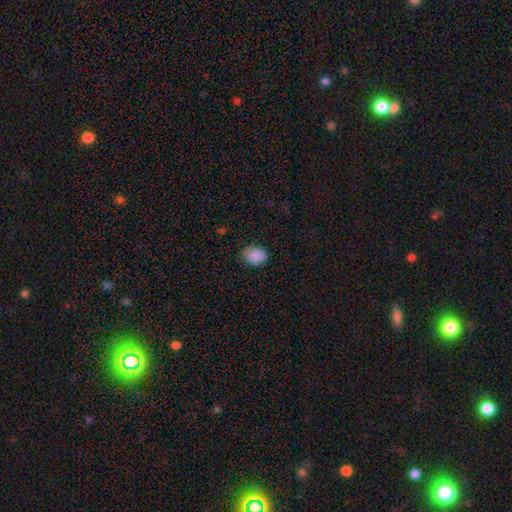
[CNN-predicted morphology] Smooth or featured?
  - smooth: 88% *
  - star or artifact: 8%
  - featured or disk: 4%
How rounded?
  - in between: 55% *
  - round: 44%
  - cigar-shaped: 1%
Merging?
  - none: 77% *
  - minor disturbance: 19%
  - major disturbance: 3%
  - merger: 1%